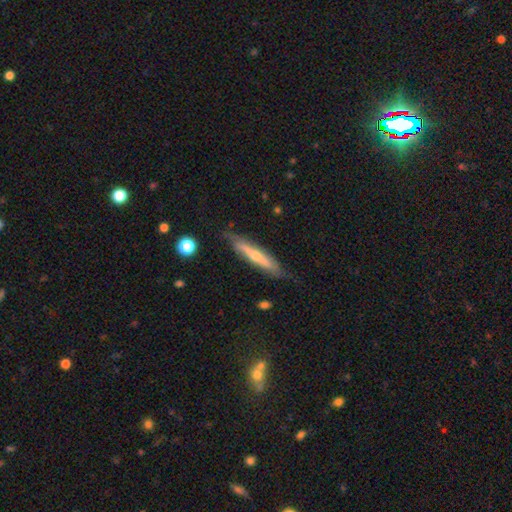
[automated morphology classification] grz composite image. It shows a featured or disk galaxy (57%) viewed edge-on (84%). Merging: none (76%).